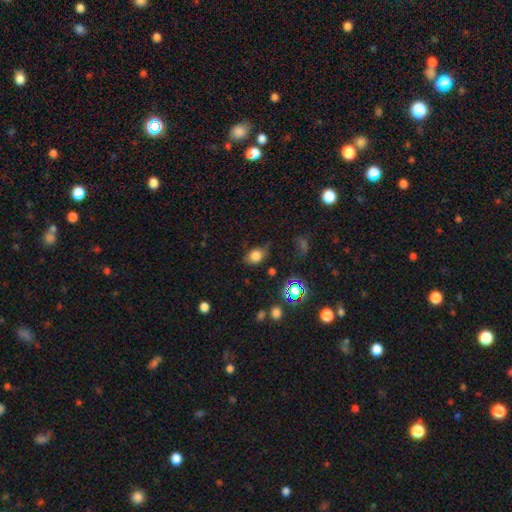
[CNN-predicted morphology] Smooth or featured? Predicted: smooth (p=0.76). How rounded? Predicted: in between (p=0.70). Merging? Predicted: none (p=0.61).